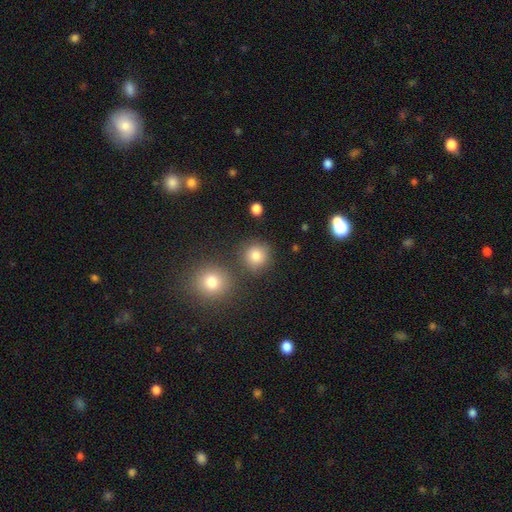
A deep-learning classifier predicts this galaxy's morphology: The model was most divided on "smooth or featured": smooth: 80%, star or artifact: 14%, featured or disk: 6%. More confident: how rounded — round (90%); merging — none (79%).